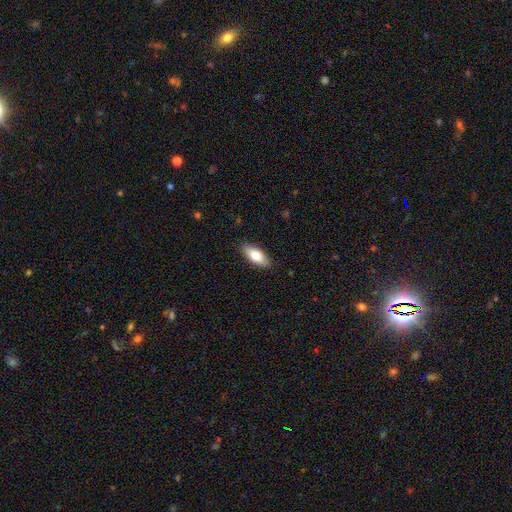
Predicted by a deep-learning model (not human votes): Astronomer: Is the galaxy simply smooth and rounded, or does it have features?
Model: smooth — 77%.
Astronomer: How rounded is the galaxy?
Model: in between — 82%.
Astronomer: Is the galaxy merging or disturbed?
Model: none — 87%.